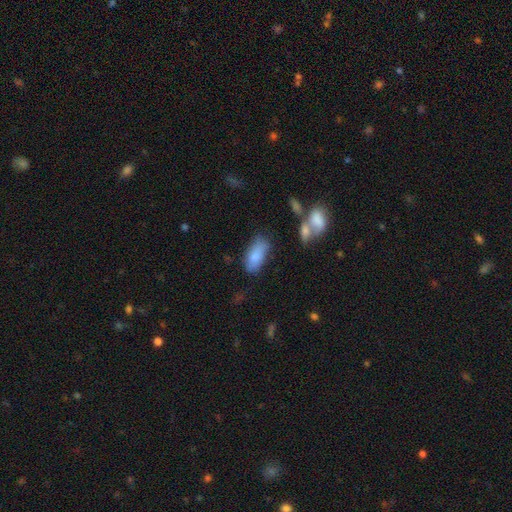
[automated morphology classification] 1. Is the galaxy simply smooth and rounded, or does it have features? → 82% smooth, 11% featured or disk, 7% star or artifact.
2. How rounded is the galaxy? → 88% in between, 9% cigar-shaped, 3% round.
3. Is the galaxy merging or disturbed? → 61% none, 25% minor disturbance, 8% major disturbance, 7% merger.